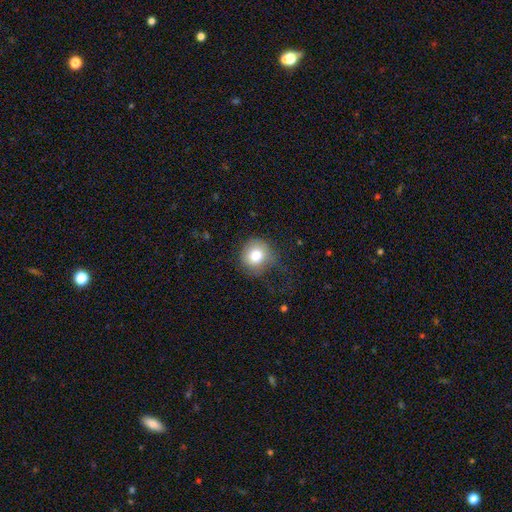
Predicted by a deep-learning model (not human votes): This is likely a smooth galaxy (78%). How rounded: clearly round (88%). Merging: likely none (66%).